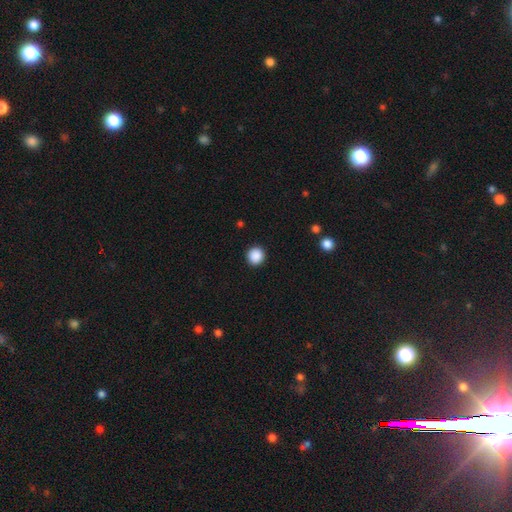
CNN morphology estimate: type=smooth (89%); roundness=round (94%); merging=none (93%).